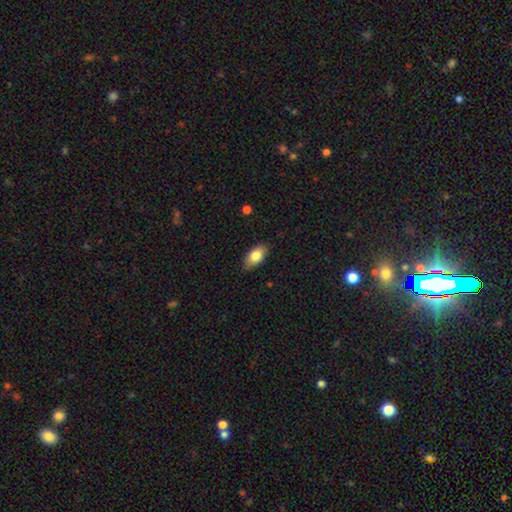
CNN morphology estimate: Q: Smooth or featured?
A: smooth (80%); runner-up: featured or disk (13%)
Q: How rounded?
A: in between (91%); runner-up: round (5%)
Q: Merging?
A: none (85%); runner-up: minor disturbance (12%)